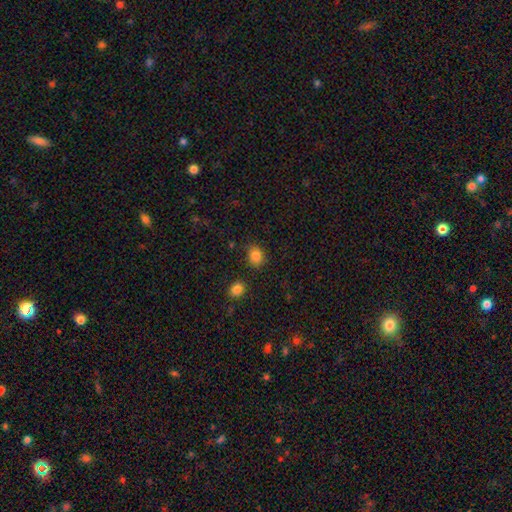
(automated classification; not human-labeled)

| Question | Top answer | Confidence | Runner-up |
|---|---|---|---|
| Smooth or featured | smooth | 85% | star or artifact (11%) |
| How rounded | round | 57% | in between (42%) |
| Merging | none | 78% | minor disturbance (15%) |